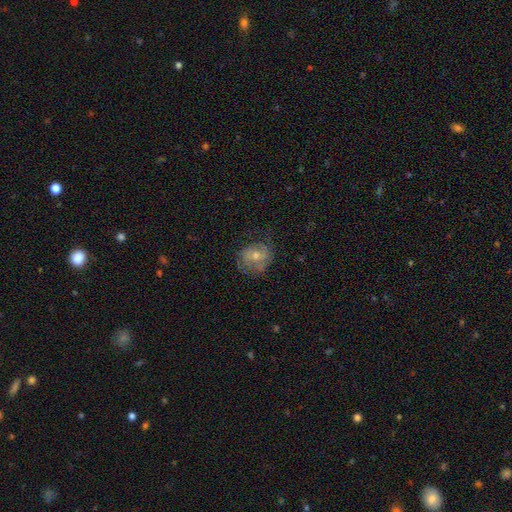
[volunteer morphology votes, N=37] A featured or disk galaxy (73%) with no bar (50%), tight (62%) spiral arms (81%) and a moderate central bulge (54%).

Vote fractions:
- Smooth or featured? featured or disk: 73% / smooth: 22% / star or artifact: 5%
- Edge-on disk? no: 96% / yes: 4%
- Bar? no: 50% / weak: 31% / strong: 19%
- Spiral arms? yes: 81% / no: 19%
- Spiral winding? tight: 62% / medium: 33% / loose: 5%
- Spiral arm count? can't tell: 71% / 2: 19% / 1: 5% / 3: 5% / 4: 0% / more than 4: 0%
- Bulge size? moderate: 54% / small: 46% / dominant: 0% / large: 0% / none: 0%
- Merging? none: 54% / minor disturbance: 31% / major disturbance: 14% / merger: 0%